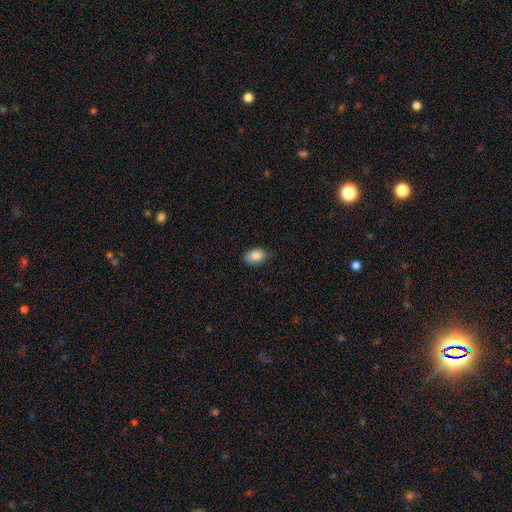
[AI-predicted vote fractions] This is clearly a smooth galaxy (88%). How rounded: clearly in between (89%). Merging: likely none (79%).